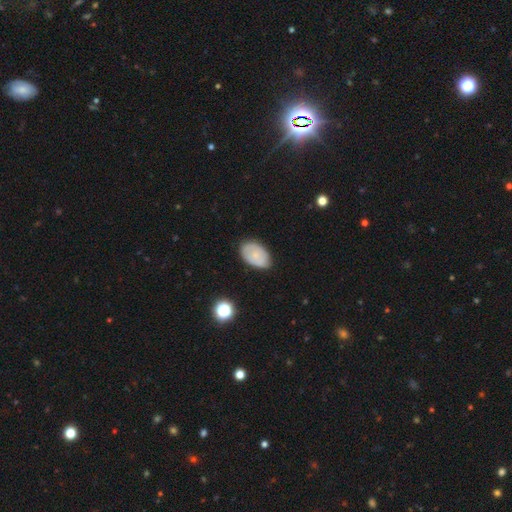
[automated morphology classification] smooth 64%, featured or disk 28%, star or artifact 8%. Down the decision tree: how rounded — in between (90%); merging — none (75%).